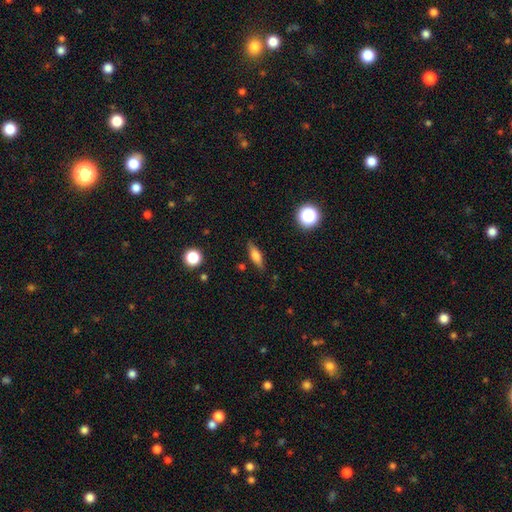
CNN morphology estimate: This appears to be a smooth galaxy with no disk features (63%) that is in between round and cigar-shaped (48%). Merging: none (84%).